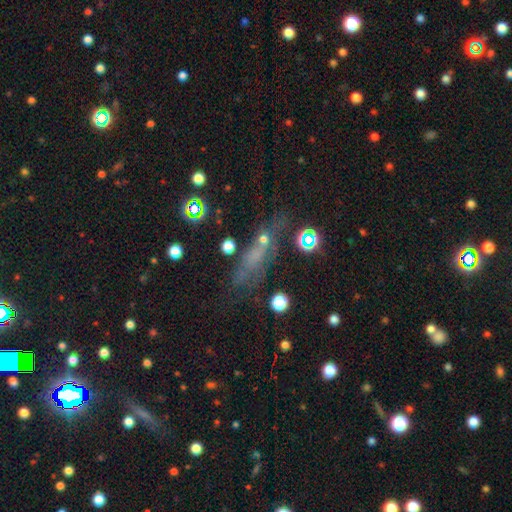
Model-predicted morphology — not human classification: type=smooth (42%); merging=none (55%).